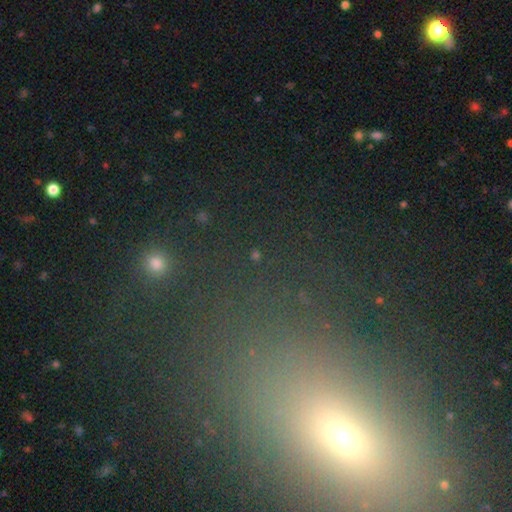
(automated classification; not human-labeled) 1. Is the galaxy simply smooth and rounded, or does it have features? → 51% star or artifact, 38% smooth, 11% featured or disk.